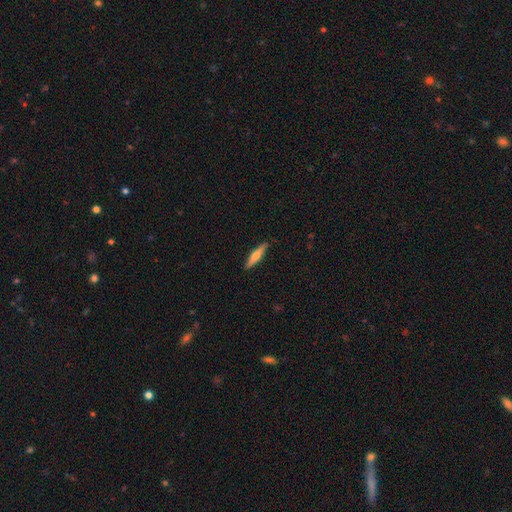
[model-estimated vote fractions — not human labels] Morphology: type=smooth (53%); roundness=cigar-shaped (82%); merging=none (88%).